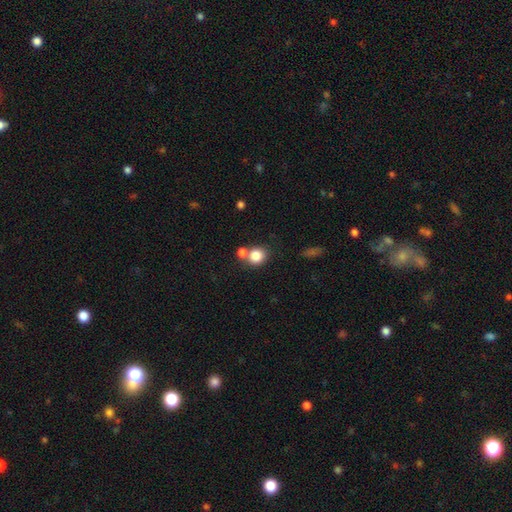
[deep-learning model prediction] smooth_or_featured: smooth (p=0.82) [alt: star or artifact p=0.10]
how_rounded: round (p=0.79) [alt: in between p=0.20]
merging: none (p=0.59) [alt: merger p=0.28]